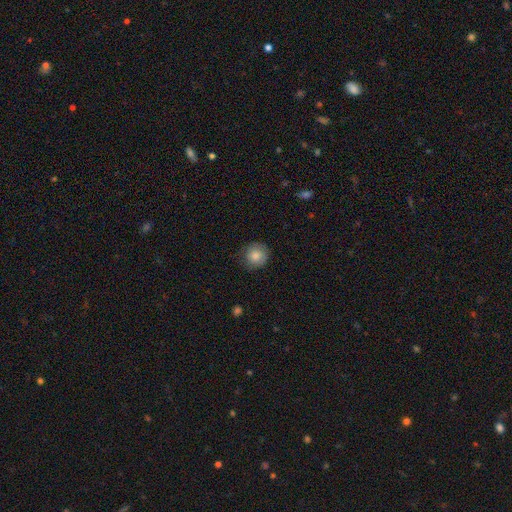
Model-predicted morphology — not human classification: The model was most divided on "merging": none: 78%, minor disturbance: 17%, major disturbance: 4%, merger: 1%. More confident: how rounded — round (90%); smooth or featured — smooth (84%).